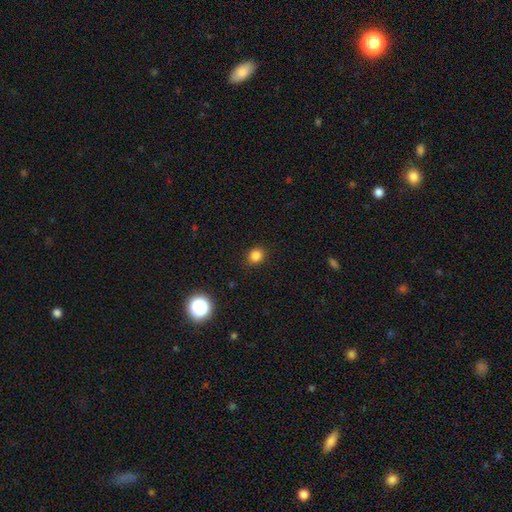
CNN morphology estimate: A smooth galaxy with no disk features (83%) that is round (77%). Merging: none (90%).